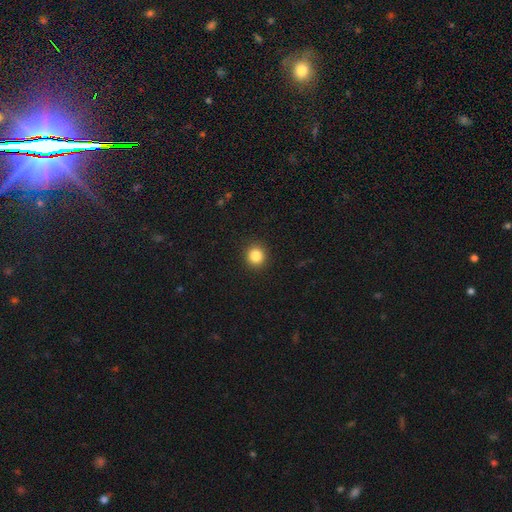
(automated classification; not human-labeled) This is clearly a smooth galaxy (84%). How rounded: clearly round (93%). Merging: clearly none (93%).